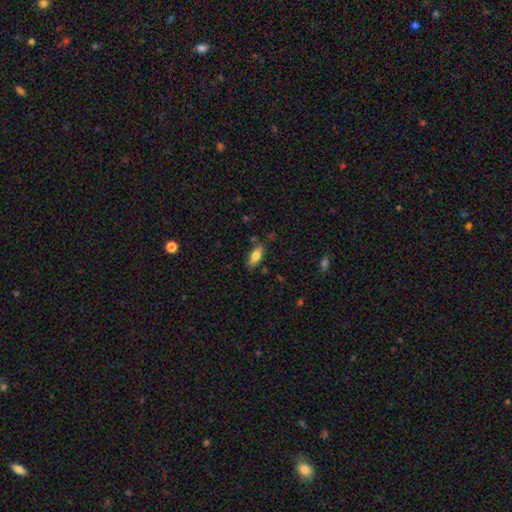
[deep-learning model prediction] smooth-or-featured: smooth: 79% | featured or disk: 13% | star or artifact: 7%
  how-rounded: in between: 83% | cigar-shaped: 14% | round: 2%
  merging: none: 77% | minor disturbance: 16% | merger: 4% | major disturbance: 3%